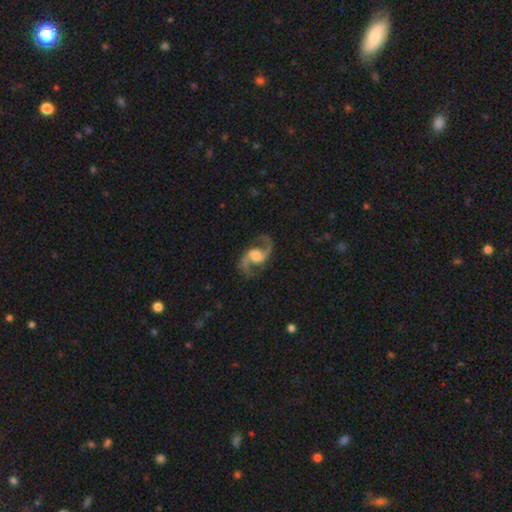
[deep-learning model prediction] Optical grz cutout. It shows a featured or disk galaxy (92%) with no bar (50%), 2 (95%) loose (50%) spiral arms (98%) and a moderate central bulge (40%). Merging: none (83%).